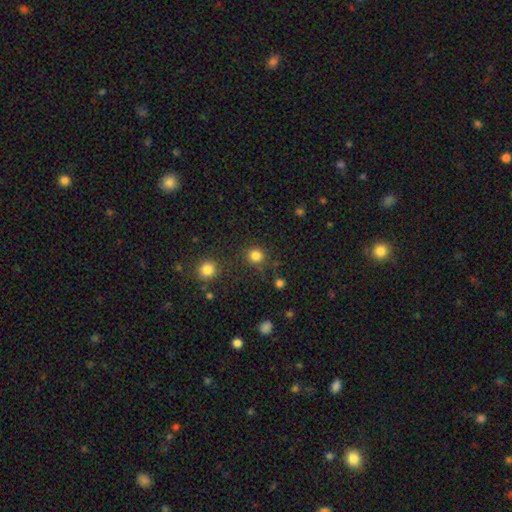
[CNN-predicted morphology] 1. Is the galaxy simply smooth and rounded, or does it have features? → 82% smooth, 14% star or artifact, 4% featured or disk.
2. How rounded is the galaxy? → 92% round, 7% in between, 1% cigar-shaped.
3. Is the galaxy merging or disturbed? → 83% none, 9% minor disturbance, 5% merger, 4% major disturbance.